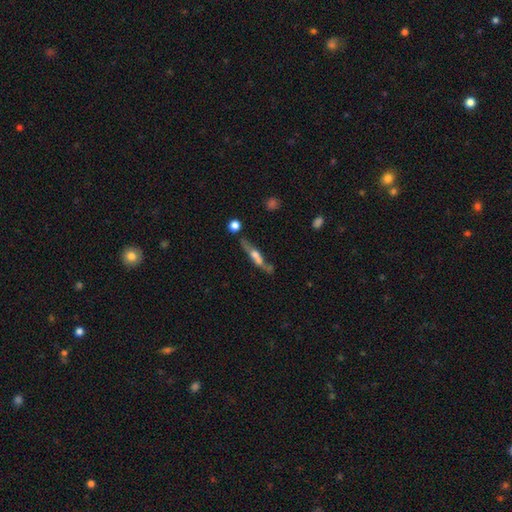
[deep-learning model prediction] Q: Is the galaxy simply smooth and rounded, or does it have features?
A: featured or disk — 56%.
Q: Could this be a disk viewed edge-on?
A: yes — 78%.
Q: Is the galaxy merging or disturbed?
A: none — 53%.